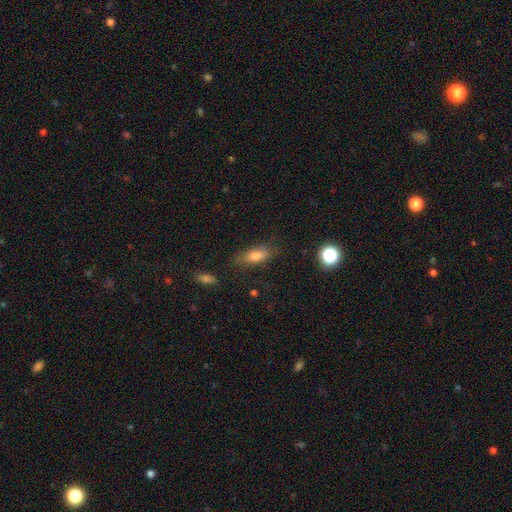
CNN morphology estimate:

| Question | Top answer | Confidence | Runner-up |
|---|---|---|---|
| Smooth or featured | smooth | 77% | featured or disk (12%) |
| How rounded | in between | 74% | cigar-shaped (21%) |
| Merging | none | 75% | minor disturbance (17%) |